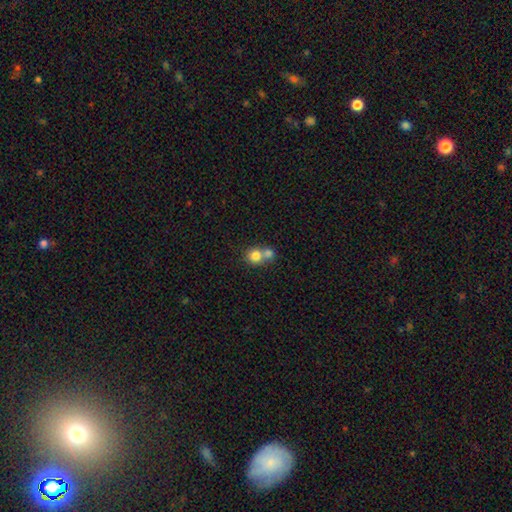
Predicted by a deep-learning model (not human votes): A smooth galaxy with no disk features (79%) that is round (84%).

Vote fractions:
- Smooth or featured? smooth: 79% / featured or disk: 11% / star or artifact: 10%
- How rounded? round: 84% / in between: 15% / cigar-shaped: 1%
- Merging? merger: 58% / none: 34% / minor disturbance: 5% / major disturbance: 2%